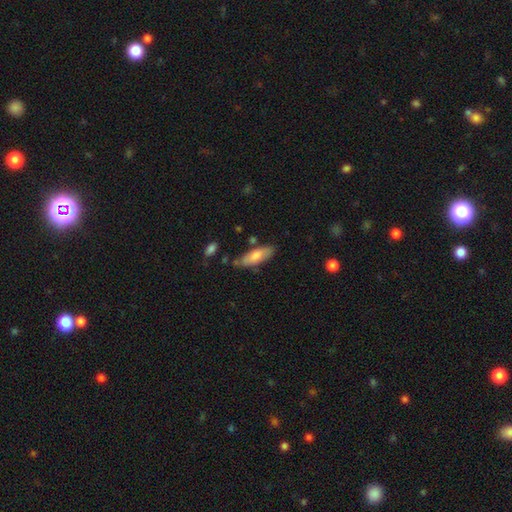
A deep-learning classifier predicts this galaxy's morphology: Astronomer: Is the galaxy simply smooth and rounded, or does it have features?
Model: smooth — 69%.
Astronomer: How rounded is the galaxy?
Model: in between — 60% (runner-up: cigar-shaped, 39%).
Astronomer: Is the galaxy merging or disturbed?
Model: none — 74%.